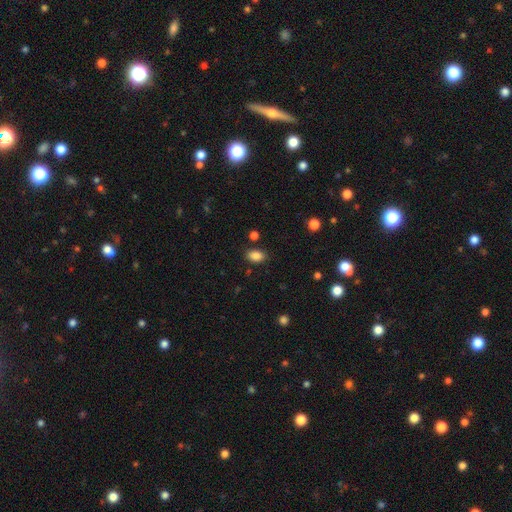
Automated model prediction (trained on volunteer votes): This is clearly a smooth galaxy (86%). How rounded: clearly in between (86%). Merging: clearly none (83%).